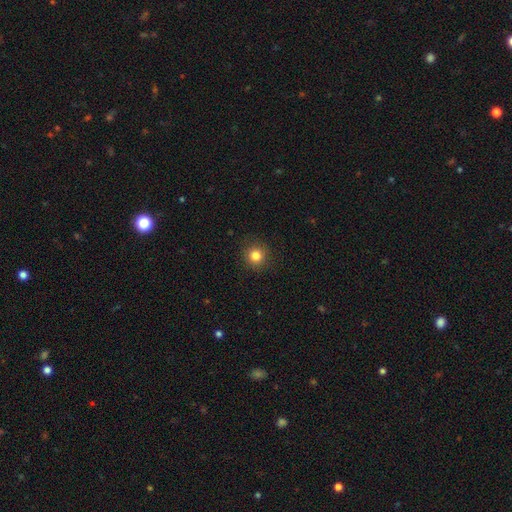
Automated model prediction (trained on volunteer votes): This appears to be a smooth galaxy with no disk features (82%) that is round (93%). Merging: none (90%).